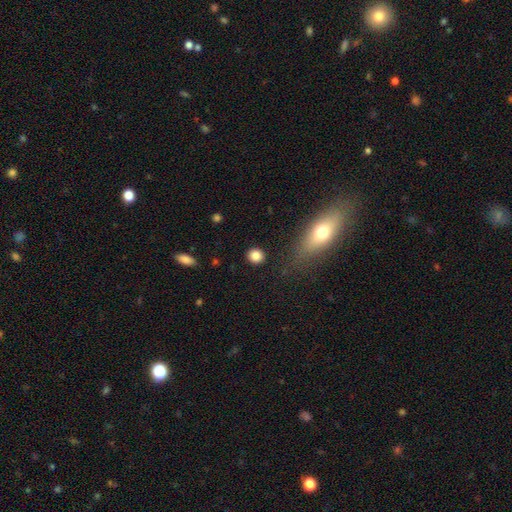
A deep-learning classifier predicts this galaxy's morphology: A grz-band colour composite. It shows a smooth galaxy with no disk features (84%) that is round (87%). Merging: none (90%).